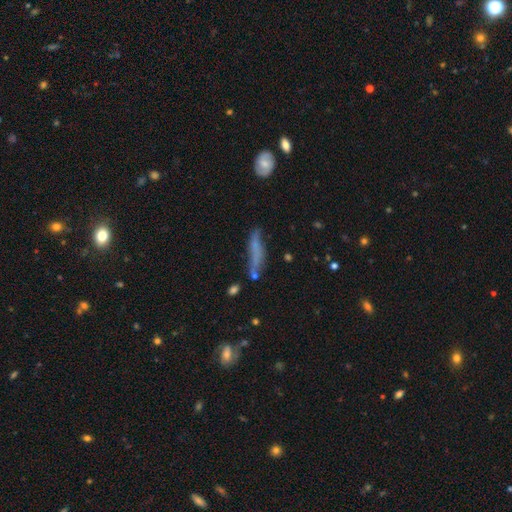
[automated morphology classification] Smooth or featured? Predicted: smooth (p=0.51). How rounded? Predicted: cigar-shaped (p=0.78). Merging? Predicted: none (p=0.59).